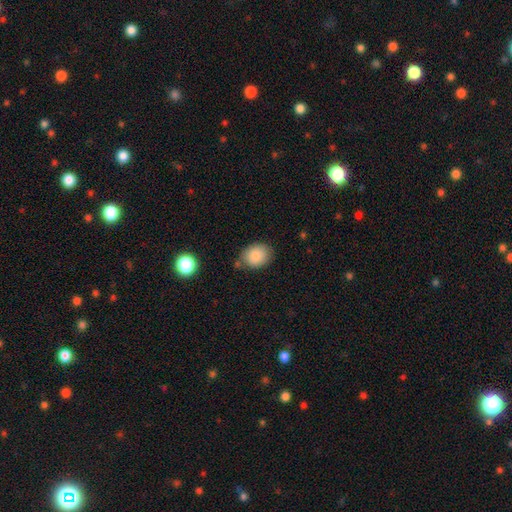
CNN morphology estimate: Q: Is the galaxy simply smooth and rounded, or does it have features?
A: smooth — 87%.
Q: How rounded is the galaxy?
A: in between — 54%.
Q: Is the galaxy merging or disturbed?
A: none — 71%.